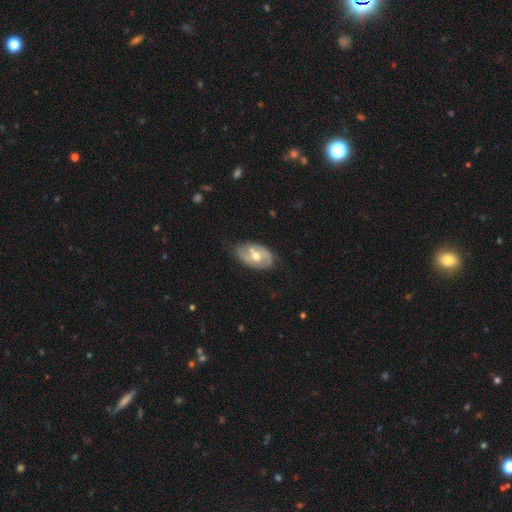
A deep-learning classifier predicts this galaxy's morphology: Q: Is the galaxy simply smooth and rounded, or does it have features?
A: featured or disk — 62%.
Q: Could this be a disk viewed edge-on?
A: no — 94%.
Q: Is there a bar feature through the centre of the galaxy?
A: no — 44%.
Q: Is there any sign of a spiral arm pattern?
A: yes — 60%.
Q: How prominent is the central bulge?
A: moderate — 77%.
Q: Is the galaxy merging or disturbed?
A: none — 66%.